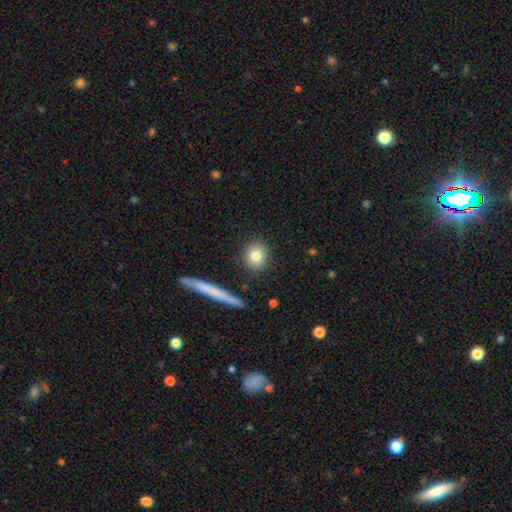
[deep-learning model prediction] Q: Smooth or featured?
A: smooth (82%); runner-up: featured or disk (10%)
Q: How rounded?
A: round (80%); runner-up: in between (17%)
Q: Merging?
A: none (89%); runner-up: minor disturbance (7%)